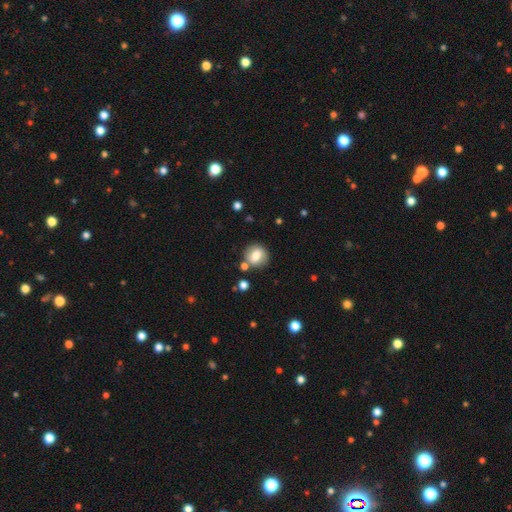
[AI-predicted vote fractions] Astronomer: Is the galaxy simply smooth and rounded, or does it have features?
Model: smooth — 73%.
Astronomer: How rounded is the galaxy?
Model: round — 77%.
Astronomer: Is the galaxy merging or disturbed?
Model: none — 75%.